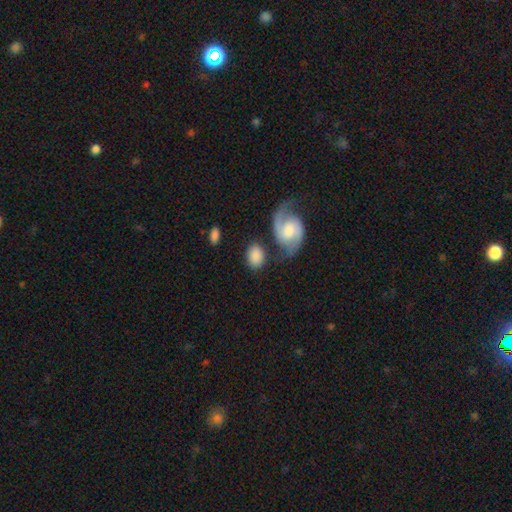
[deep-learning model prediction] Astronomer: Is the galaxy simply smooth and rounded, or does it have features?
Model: smooth — 70%.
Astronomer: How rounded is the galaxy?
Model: in between — 67%.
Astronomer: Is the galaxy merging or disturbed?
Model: none — 61%.